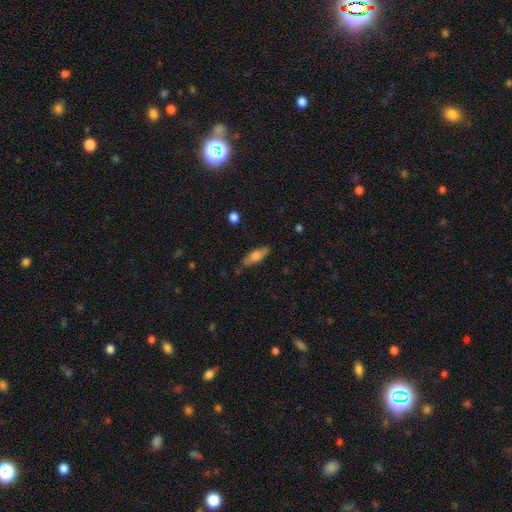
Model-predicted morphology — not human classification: Smooth or featured?
  - smooth: 68% *
  - featured or disk: 25%
  - star or artifact: 6%
How rounded?
  - in between: 57% *
  - cigar-shaped: 40%
  - round: 2%
Merging?
  - none: 80% *
  - minor disturbance: 15%
  - major disturbance: 3%
  - merger: 2%